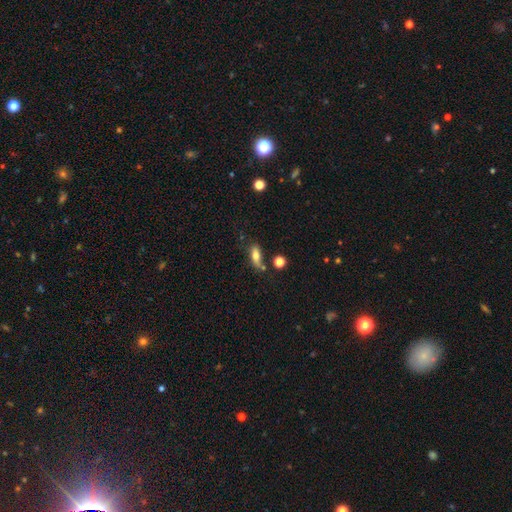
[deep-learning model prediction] A smooth galaxy with no disk features (68%) that is in between round and cigar-shaped (68%).

Vote fractions:
- Smooth or featured? smooth: 68% / featured or disk: 22% / star or artifact: 9%
- How rounded? in between: 68% / cigar-shaped: 27% / round: 6%
- Merging? none: 56% / minor disturbance: 23% / merger: 12% / major disturbance: 9%